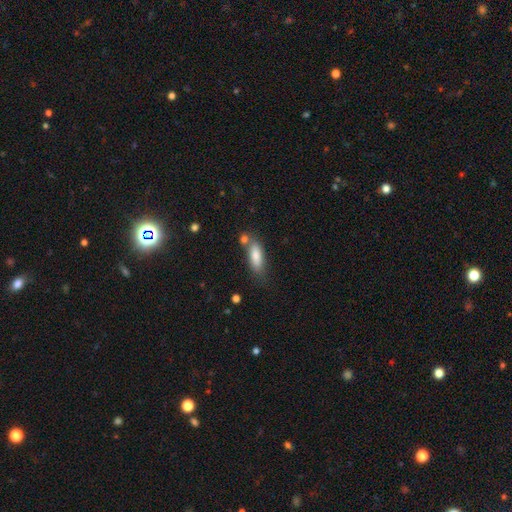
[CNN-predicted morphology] smooth-or-featured: smooth: 82% | featured or disk: 11% | star or artifact: 7%
  how-rounded: in between: 65% | cigar-shaped: 33% | round: 2%
  merging: none: 57% | merger: 20% | minor disturbance: 18% | major disturbance: 5%